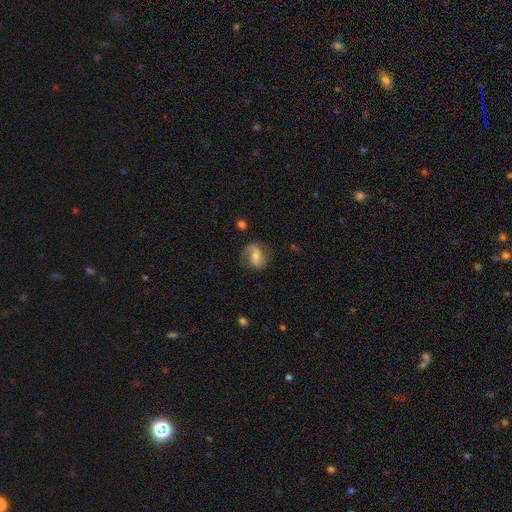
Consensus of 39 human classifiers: Smooth or featured?
  - featured or disk: 49% *
  - smooth: 44%
  - star or artifact: 8%
Edge-on disk?
  - no: 95% *
  - yes: 5%
Bar?
  - no: 50% *
  - weak: 33%
  - strong: 17%
Spiral arms?
  - yes: 78% *
  - no: 22%
Spiral winding?
  - medium: 50% *
  - loose: 29%
  - tight: 21%
Spiral arm count?
  - 2: 100% *
  - 1: 0%
  - 3: 0%
  - 4: 0%
  - more than 4: 0%
  - can't tell: 0%
Bulge size?
  - moderate: 50% *
  - small: 33%
  - none: 11%
  - large: 6%
  - dominant: 0%
Merging?
  - none: 61% *
  - minor disturbance: 22%
  - major disturbance: 14%
  - merger: 3%